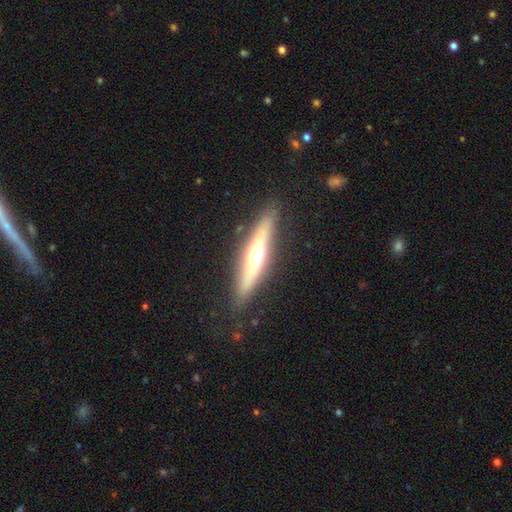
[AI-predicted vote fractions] Smooth or featured? Predicted: featured or disk (p=0.60). Edge-on disk? Predicted: yes (p=0.89). Edge-on bulge? Predicted: rounded (p=0.77). Merging? Predicted: none (p=0.84).